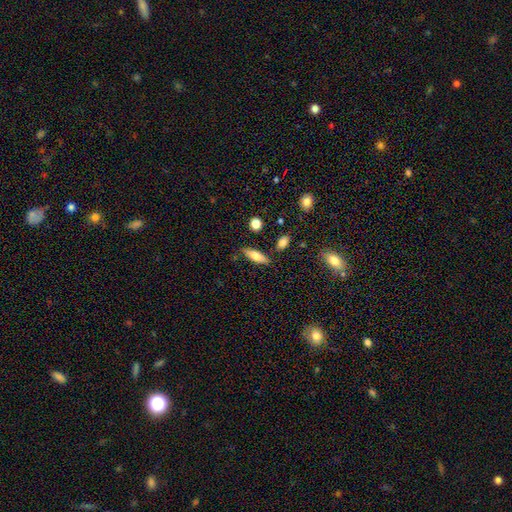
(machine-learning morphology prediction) smooth_or_featured: smooth (p=0.68) [alt: featured or disk p=0.24]
how_rounded: in between (p=0.57) [alt: cigar-shaped p=0.41]
merging: none (p=0.80) [alt: minor disturbance p=0.13]